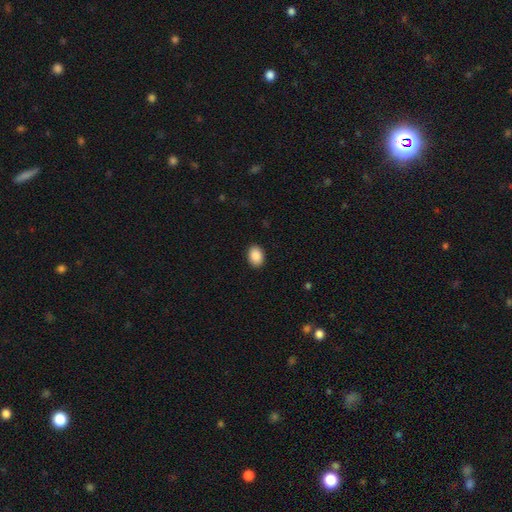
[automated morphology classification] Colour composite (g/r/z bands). It shows a smooth galaxy with no disk features (90%) that is in between round and cigar-shaped (76%). Merging: none (91%).